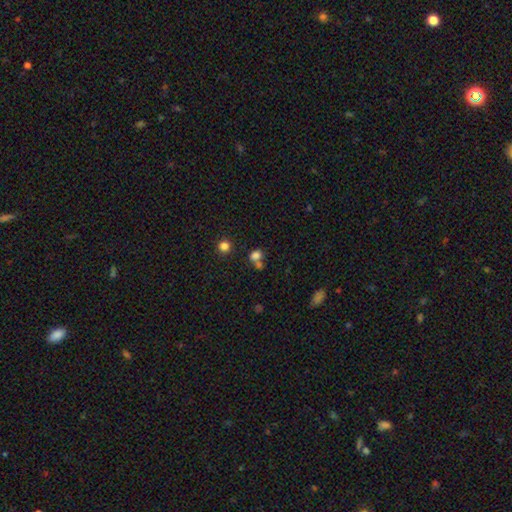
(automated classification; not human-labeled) Morphology: type=smooth (77%); roundness=round (55%); merging=none (46%).